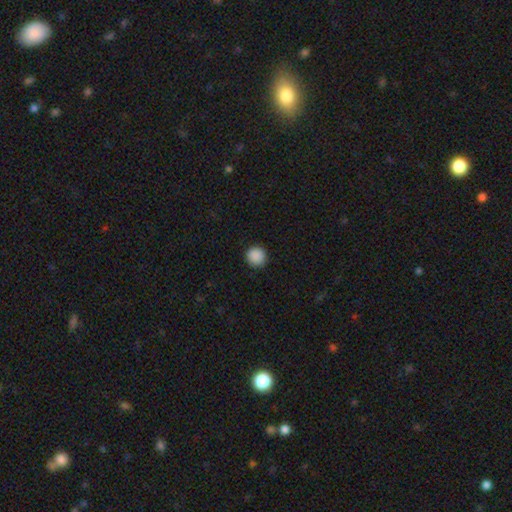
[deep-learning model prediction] Q: Smooth or featured?
A: smooth (89%); runner-up: star or artifact (9%)
Q: How rounded?
A: round (94%); runner-up: in between (5%)
Q: Merging?
A: none (92%); runner-up: minor disturbance (6%)